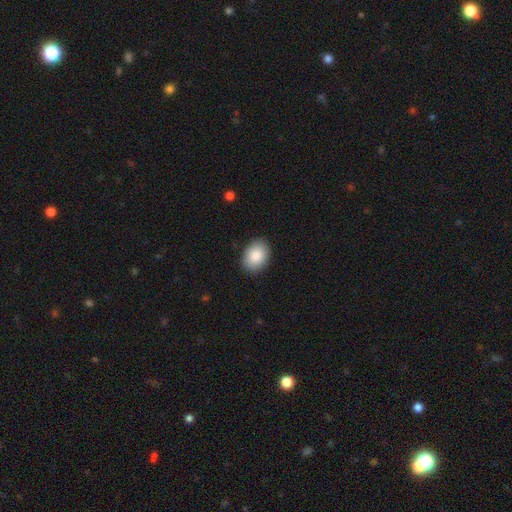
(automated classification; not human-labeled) Smooth or featured?
  - smooth: 88% *
  - star or artifact: 7%
  - featured or disk: 6%
How rounded?
  - in between: 78% *
  - round: 21%
  - cigar-shaped: 1%
Merging?
  - none: 88% *
  - minor disturbance: 9%
  - major disturbance: 2%
  - merger: 1%